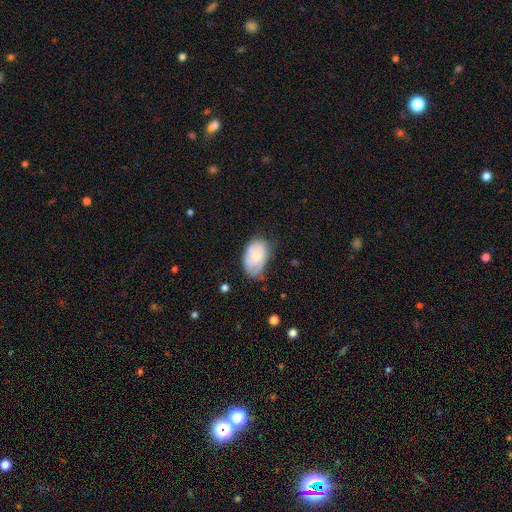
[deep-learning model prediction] Q: Smooth or featured?
A: smooth (52%); runner-up: featured or disk (41%)
Q: How rounded?
A: in between (89%); runner-up: round (10%)
Q: Merging?
A: none (52%); runner-up: minor disturbance (35%)